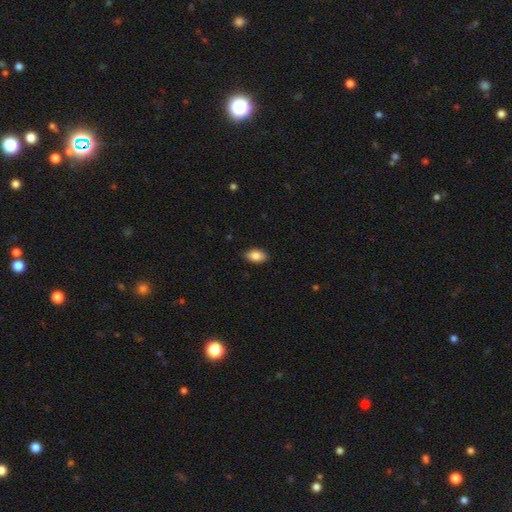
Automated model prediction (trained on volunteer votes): Morphology: type=smooth (86%); roundness=in between (91%); merging=none (88%).